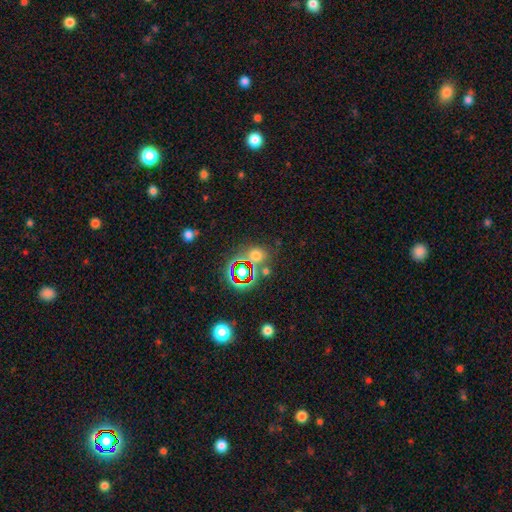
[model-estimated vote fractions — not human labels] Smooth or featured? Predicted: smooth (p=0.55). How rounded? Predicted: round (p=0.77). Merging? Predicted: none (p=0.65).